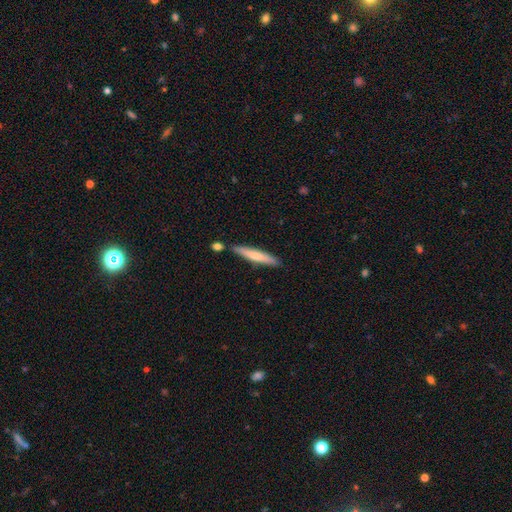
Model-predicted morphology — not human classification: A smooth galaxy with no disk features (65%) that is cigar-shaped (92%). Merging: none (80%).